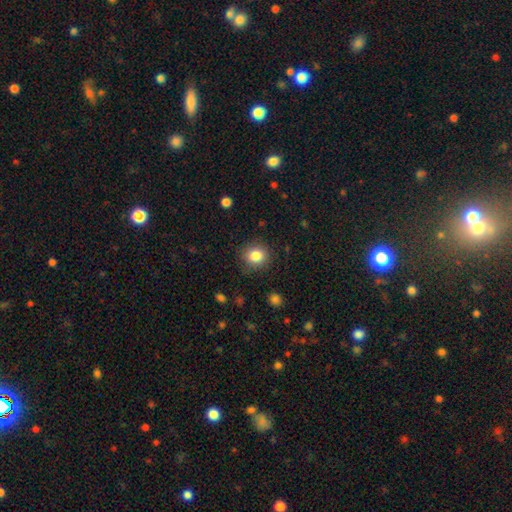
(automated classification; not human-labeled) smooth 84%, star or artifact 10%, featured or disk 6%. Down the decision tree: how rounded — round (84%); merging — none (87%).